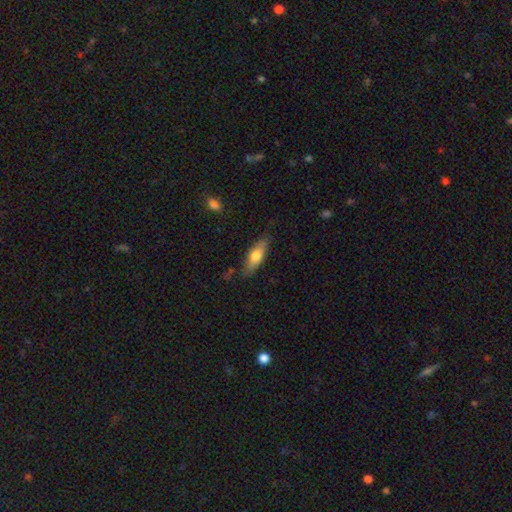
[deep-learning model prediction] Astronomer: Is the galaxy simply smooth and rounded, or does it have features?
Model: smooth — 66%.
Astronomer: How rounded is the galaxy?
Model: in between — 56% (runner-up: cigar-shaped, 42%).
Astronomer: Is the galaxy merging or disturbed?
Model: none — 80%.